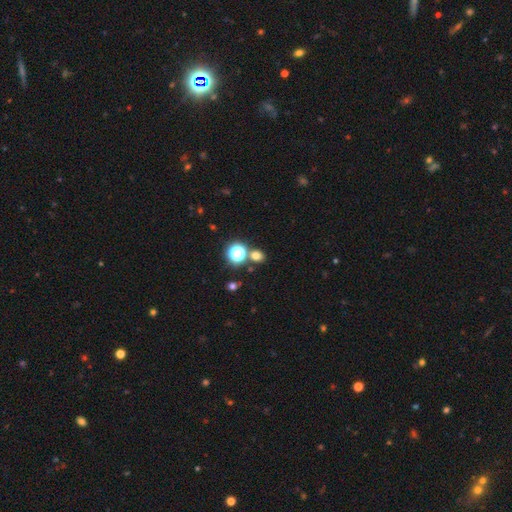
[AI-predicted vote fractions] Smooth or featured? Predicted: smooth (p=0.69). How rounded? Predicted: round (p=0.70). Merging? Predicted: none (p=0.75).